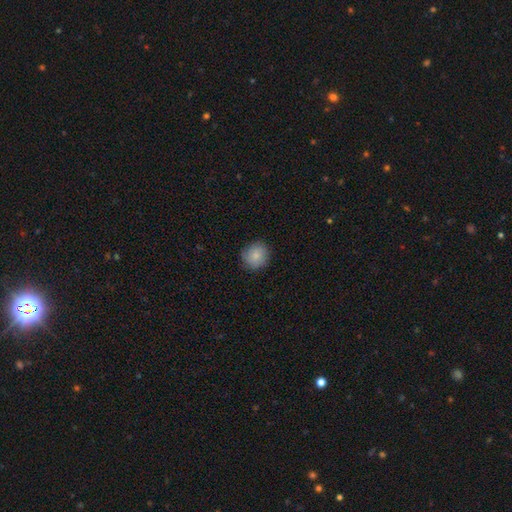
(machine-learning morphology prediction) Q: Smooth or featured?
A: smooth (83%); runner-up: featured or disk (9%)
Q: How rounded?
A: round (85%); runner-up: in between (14%)
Q: Merging?
A: none (82%); runner-up: minor disturbance (14%)